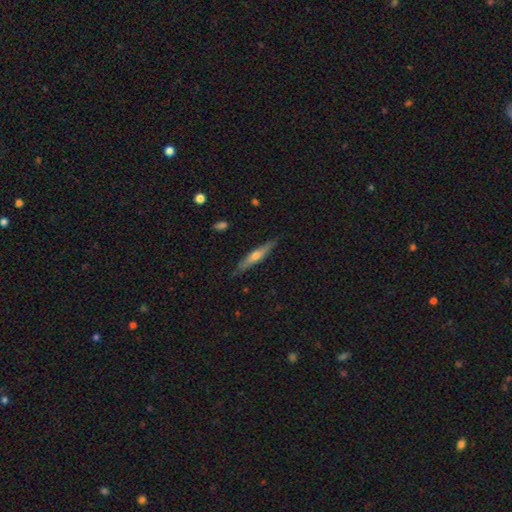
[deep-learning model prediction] This is possibly a featured or disk galaxy (54%). It is clearly viewed edge-on (93%). Edge-on bulge: clearly rounded (80%). Merging: clearly none (86%).